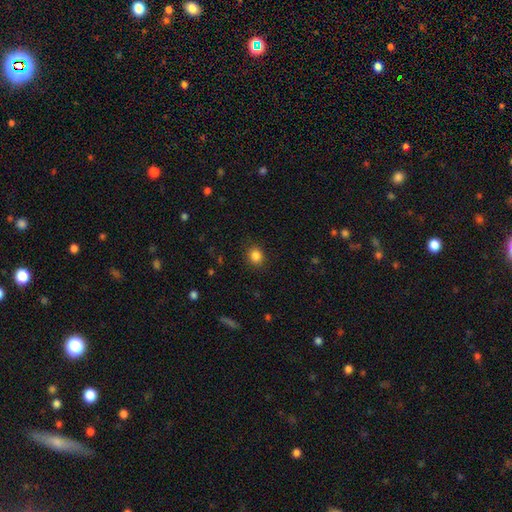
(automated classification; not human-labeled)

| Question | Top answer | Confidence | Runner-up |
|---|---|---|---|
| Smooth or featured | smooth | 85% | star or artifact (11%) |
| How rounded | round | 70% | in between (29%) |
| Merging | none | 89% | minor disturbance (8%) |